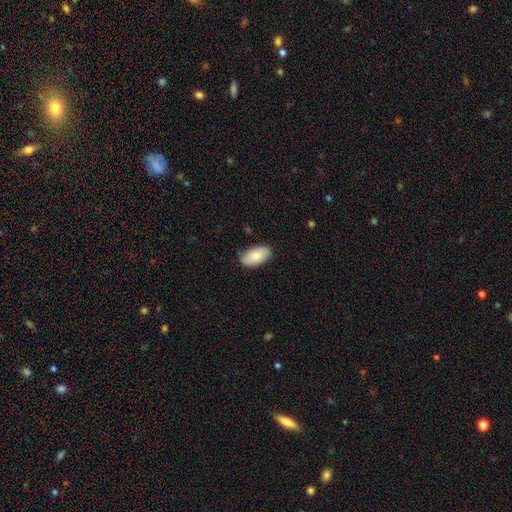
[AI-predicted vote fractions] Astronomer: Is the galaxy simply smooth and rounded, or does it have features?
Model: smooth — 81%.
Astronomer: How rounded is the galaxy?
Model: in between — 95%.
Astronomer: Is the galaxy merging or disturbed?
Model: none — 83%.